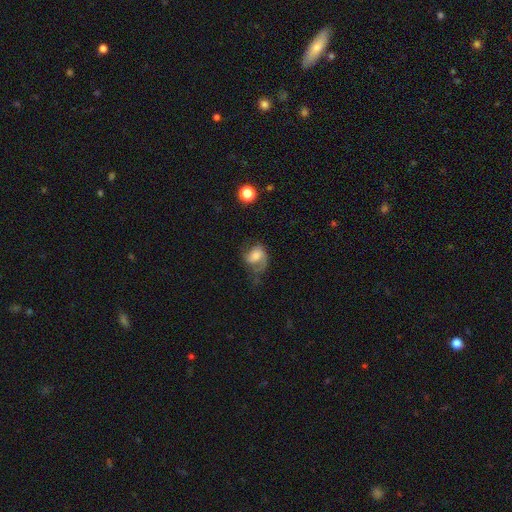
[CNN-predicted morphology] The model was most divided on "spiral winding": medium: 43%, loose: 38%, tight: 19%. Remaining: edge-on disk — no (97%); spiral arms — yes (87%); smooth or featured — featured or disk (59%); spiral arm count — 2 (59%); bar — no (53%); bulge size — moderate (50%); merging — none (41%).